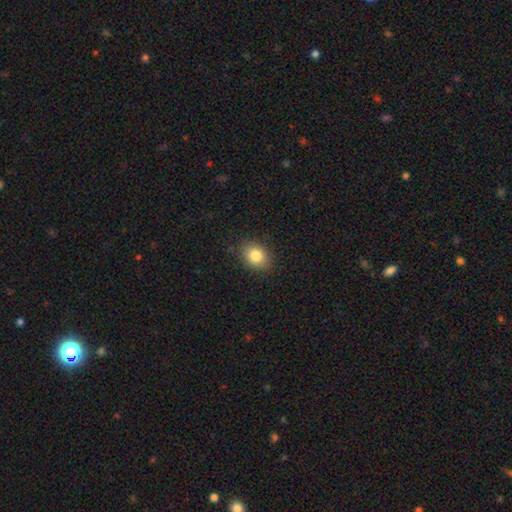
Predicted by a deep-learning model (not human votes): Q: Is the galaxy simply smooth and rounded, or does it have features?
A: smooth — 84%.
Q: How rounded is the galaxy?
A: in between — 63%.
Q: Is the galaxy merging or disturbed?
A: none — 86%.